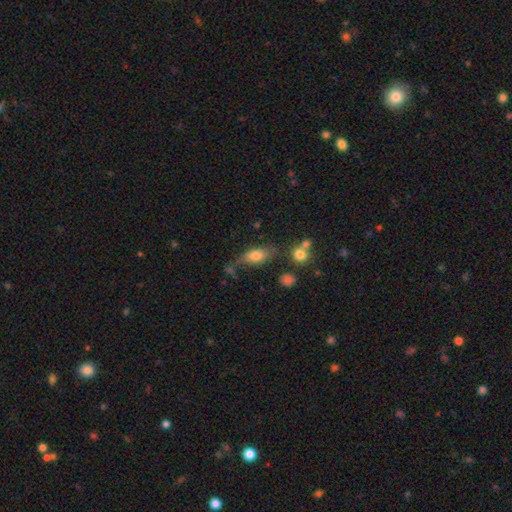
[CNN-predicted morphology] This appears to be a smooth galaxy with no disk features (71%) that is in between round and cigar-shaped (84%). Merging: none (51%).